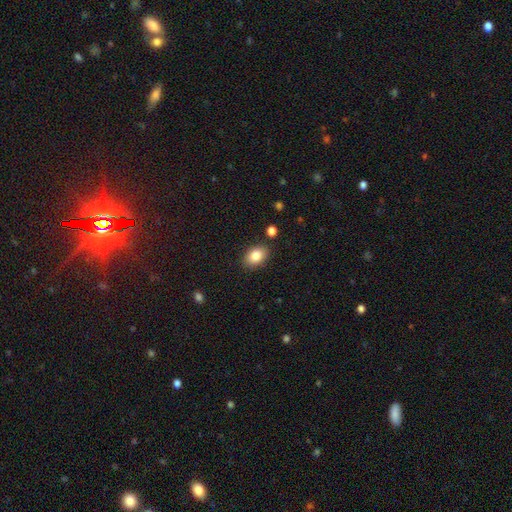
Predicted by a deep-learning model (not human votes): A smooth galaxy with no disk features (84%) that is in between round and cigar-shaped (83%). Merging: none (85%).